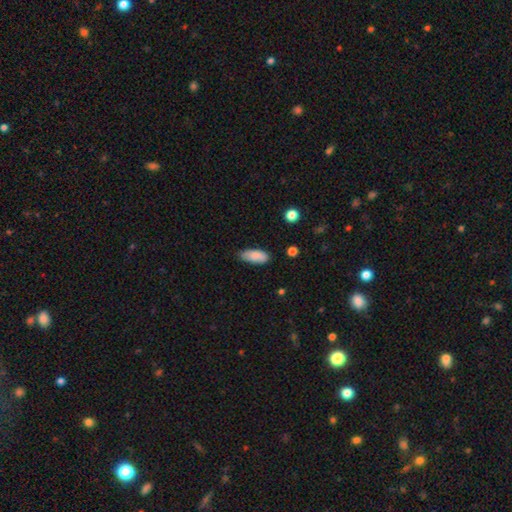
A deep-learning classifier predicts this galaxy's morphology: Smooth or featured: smooth — 86% (featured or disk — 7%)
How rounded: in between — 85% (cigar-shaped — 13%)
Merging: none — 73% (minor disturbance — 23%)